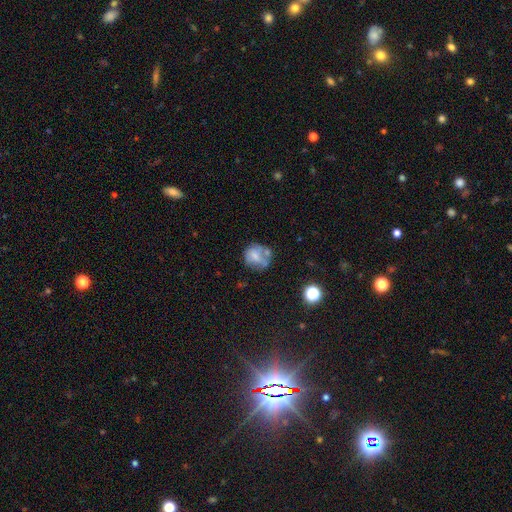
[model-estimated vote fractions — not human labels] A smooth galaxy with no disk features (53%) that is round (72%).

Vote fractions:
- Smooth or featured? smooth: 53% / featured or disk: 36% / star or artifact: 12%
- How rounded? round: 72% / in between: 26% / cigar-shaped: 1%
- Merging? none: 41% / minor disturbance: 23% / merger: 19% / major disturbance: 17%